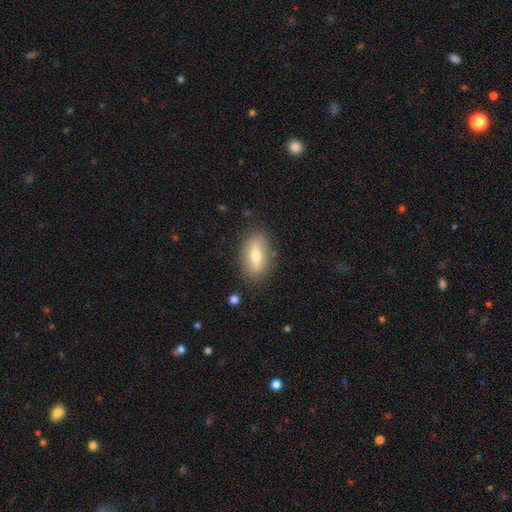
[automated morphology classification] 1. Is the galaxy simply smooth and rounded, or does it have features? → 53% smooth, 40% featured or disk, 7% star or artifact.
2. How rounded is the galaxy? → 82% in between, 12% cigar-shaped, 6% round.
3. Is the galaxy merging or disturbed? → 84% none, 11% minor disturbance, 3% major disturbance, 2% merger.